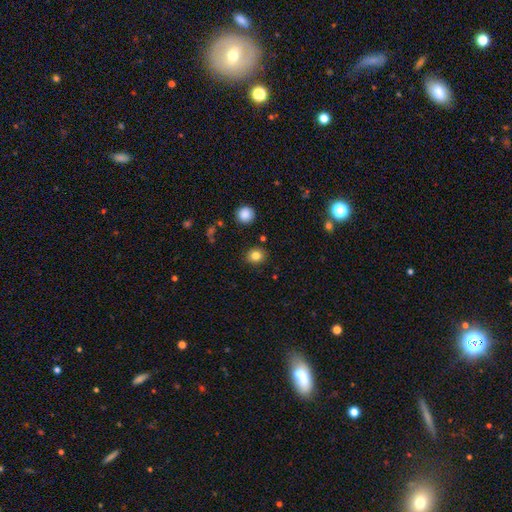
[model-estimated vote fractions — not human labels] The model was most divided on "how rounded": round: 80%, in between: 19%, cigar-shaped: 1%. More confident: merging — none (88%); smooth or featured — smooth (82%).